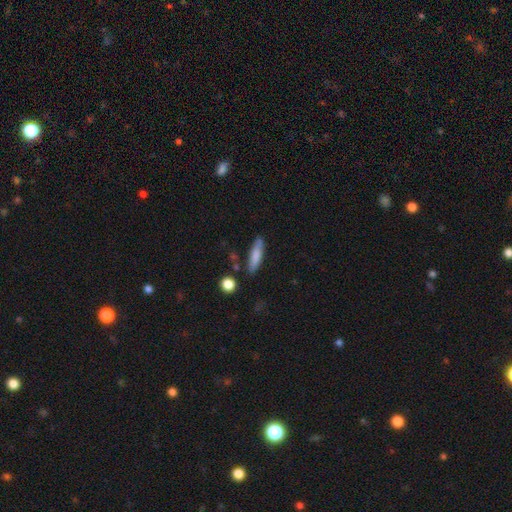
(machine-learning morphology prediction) Overall: smooth (78%). How rounded: cigar-shaped (66%; in between 32%). Merging: none (79%).